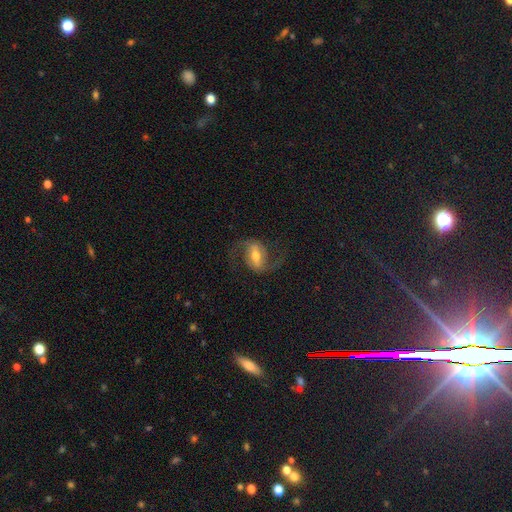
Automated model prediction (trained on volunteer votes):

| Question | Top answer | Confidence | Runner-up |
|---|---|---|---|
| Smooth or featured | featured or disk | 85% | smooth (9%) |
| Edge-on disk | no | 97% | yes (3%) |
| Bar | strong | 44% | weak (42%) |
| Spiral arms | yes | 96% | no (4%) |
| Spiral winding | loose | 51% | medium (42%) |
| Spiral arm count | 2 | 94% | can't tell (2%) |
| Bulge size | moderate | 64% | small (24%) |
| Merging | none | 78% | minor disturbance (12%) |